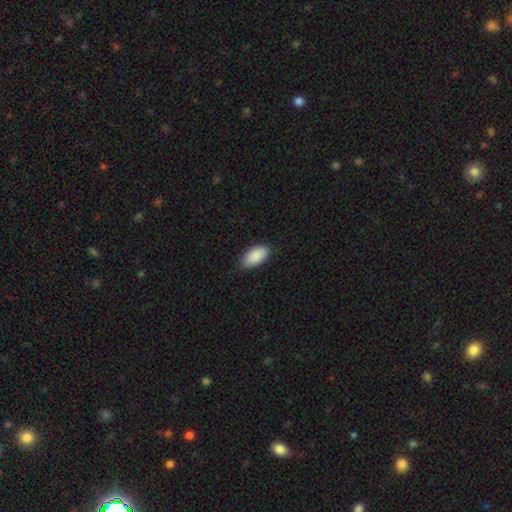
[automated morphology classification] Overall: smooth (90%). How rounded: in between (94%). Merging: none (80%).